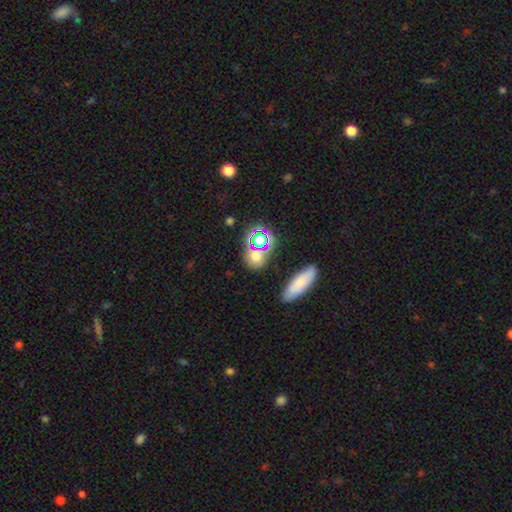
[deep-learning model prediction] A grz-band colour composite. It shows a smooth galaxy with no disk features (59%) that is round (69%). Merging: none (74%).